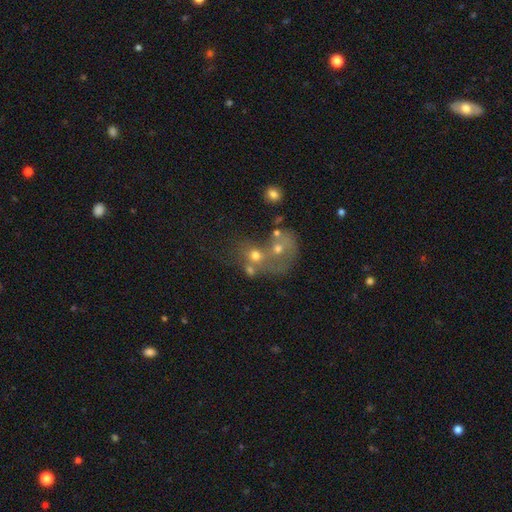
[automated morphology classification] Q: Smooth or featured?
A: smooth (52%); runner-up: featured or disk (31%)
Q: How rounded?
A: round (66%); runner-up: in between (33%)
Q: Merging?
A: merger (63%); runner-up: none (19%)